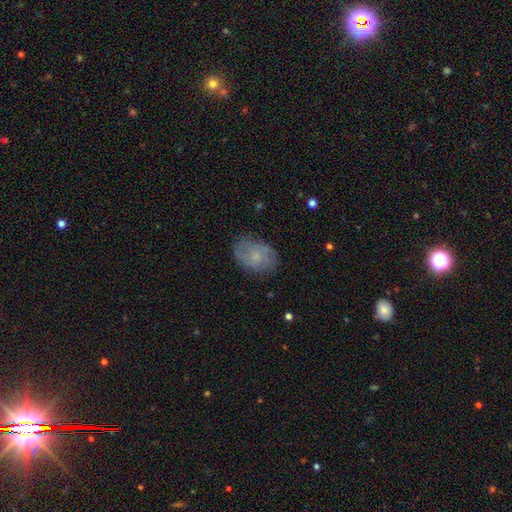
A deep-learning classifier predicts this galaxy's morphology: This is possibly a smooth galaxy (50%). How rounded: likely in between (79%). Merging: likely none (71%).